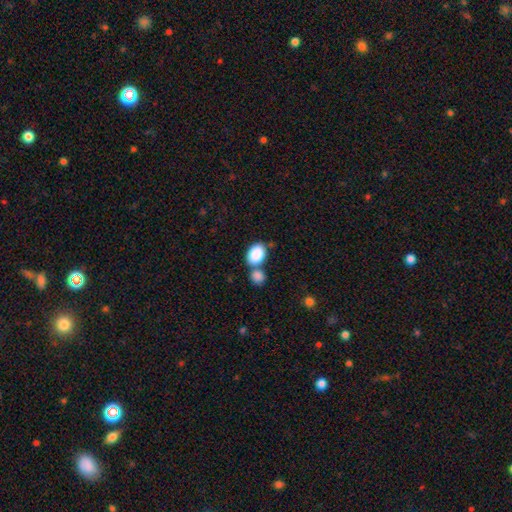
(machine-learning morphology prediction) A smooth galaxy with no disk features (88%) that is in between round and cigar-shaped (80%). Merging: none (48%).